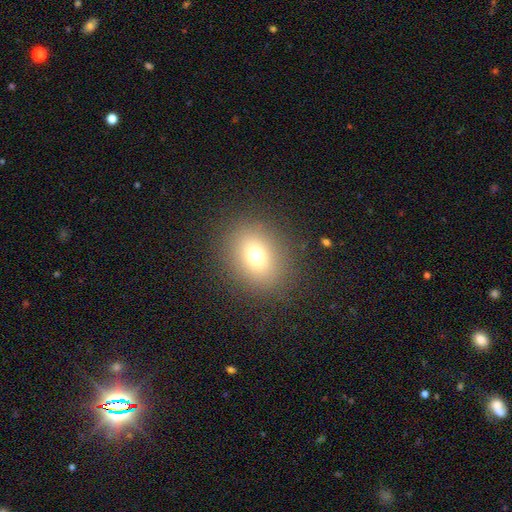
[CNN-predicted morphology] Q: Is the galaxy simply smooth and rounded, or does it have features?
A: smooth — 72%.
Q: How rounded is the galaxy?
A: round — 56%.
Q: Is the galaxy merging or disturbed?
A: none — 87%.